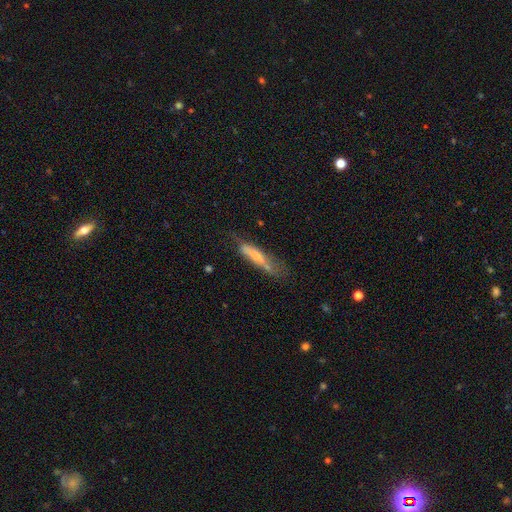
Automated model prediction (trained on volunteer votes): smooth_or_featured: smooth (p=0.62) [alt: featured or disk p=0.30]
how_rounded: cigar-shaped (p=0.80) [alt: in between p=0.19]
merging: none (p=0.44) [alt: minor disturbance p=0.30]